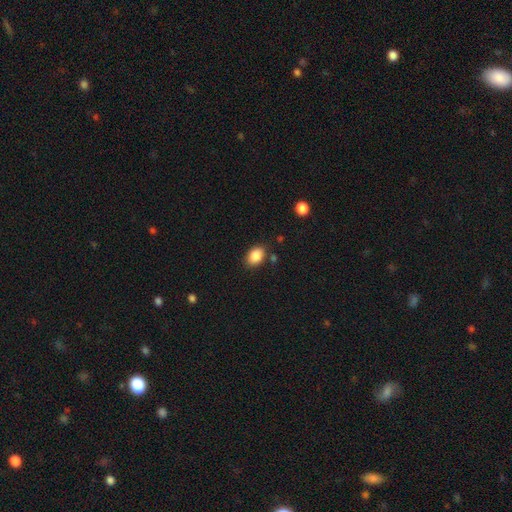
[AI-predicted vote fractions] The model was most divided on "how rounded": in between: 83%, round: 15%, cigar-shaped: 1%. More confident: smooth or featured — smooth (87%); merging — none (81%).